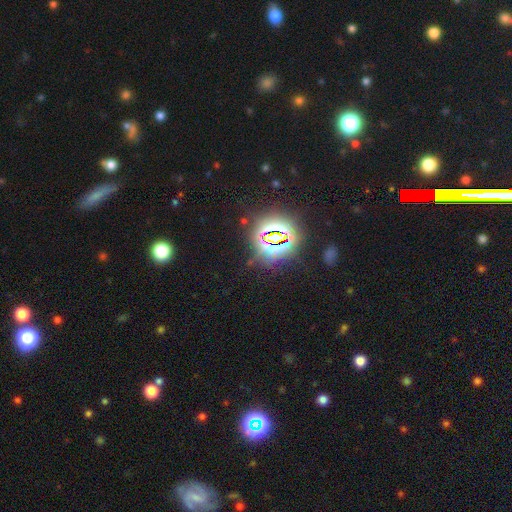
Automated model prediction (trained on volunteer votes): Smooth or featured? star or artifact (81%)